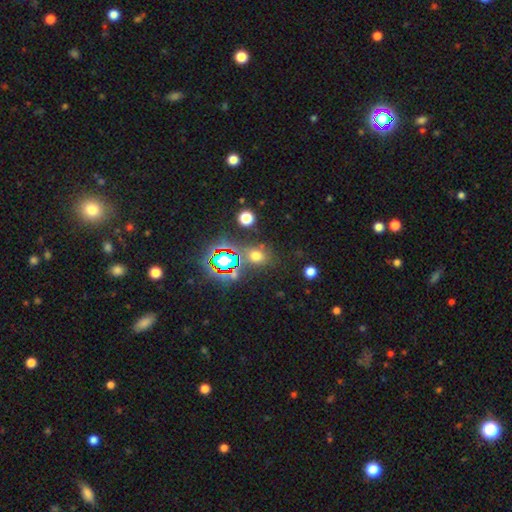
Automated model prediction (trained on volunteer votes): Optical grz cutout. It shows a smooth galaxy with no disk features (55%) that is round (51%). Merging: none (73%).